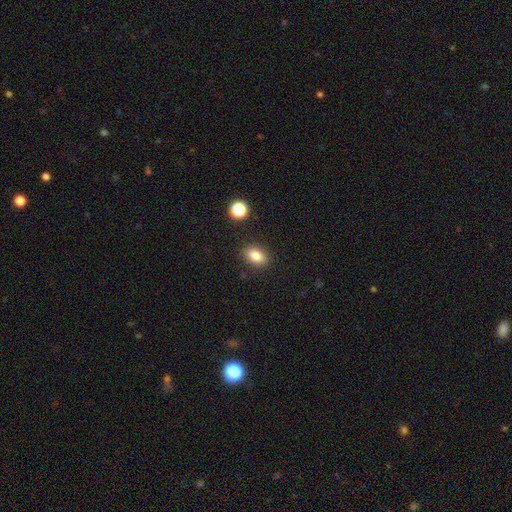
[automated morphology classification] Smooth or featured: smooth — 82% (star or artifact — 10%)
How rounded: in between — 83% (round — 15%)
Merging: none — 87% (minor disturbance — 9%)